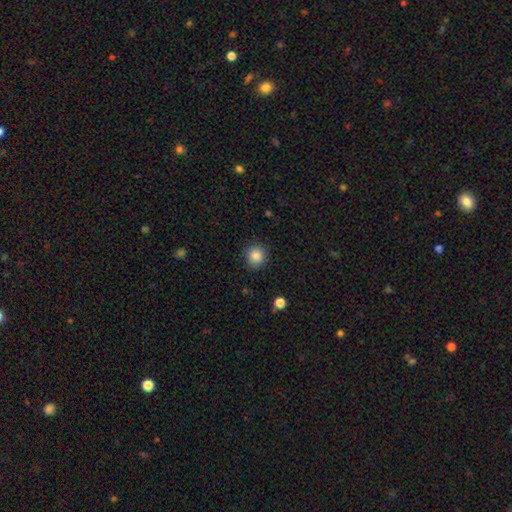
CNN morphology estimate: type=smooth (86%); roundness=round (88%); merging=none (87%).